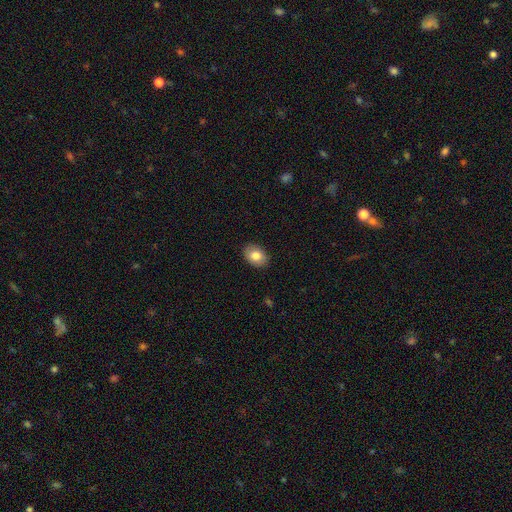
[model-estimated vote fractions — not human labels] smooth-or-featured: smooth: 82% | featured or disk: 10% | star or artifact: 7%
  how-rounded: in between: 79% | round: 20% | cigar-shaped: 1%
  merging: none: 89% | minor disturbance: 8% | major disturbance: 2% | merger: 1%